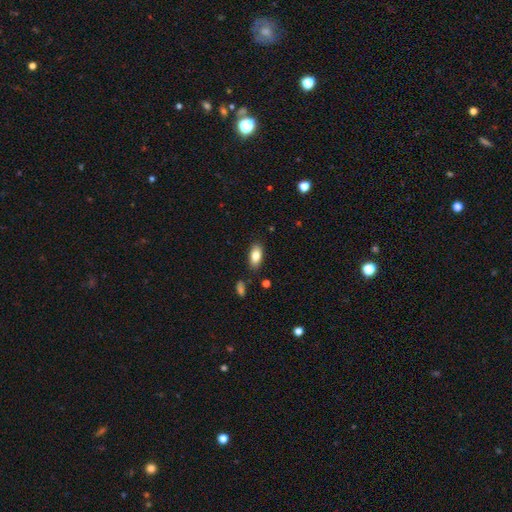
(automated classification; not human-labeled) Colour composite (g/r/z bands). It shows a smooth galaxy with no disk features (83%) that is in between round and cigar-shaped (89%). Merging: none (85%).